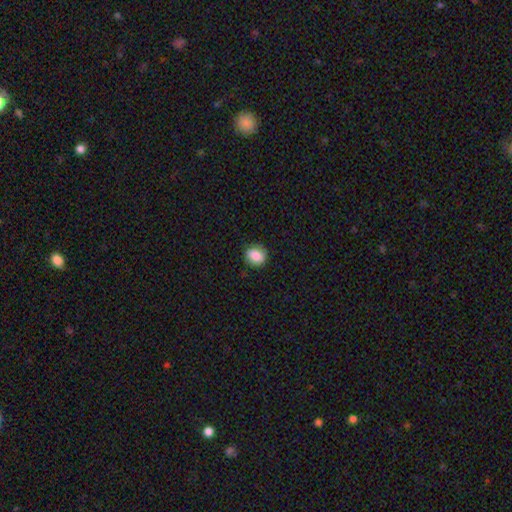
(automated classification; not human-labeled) Smooth or featured: smooth — 84% (star or artifact — 9%)
How rounded: round — 74% (in between — 25%)
Merging: none — 84% (minor disturbance — 12%)